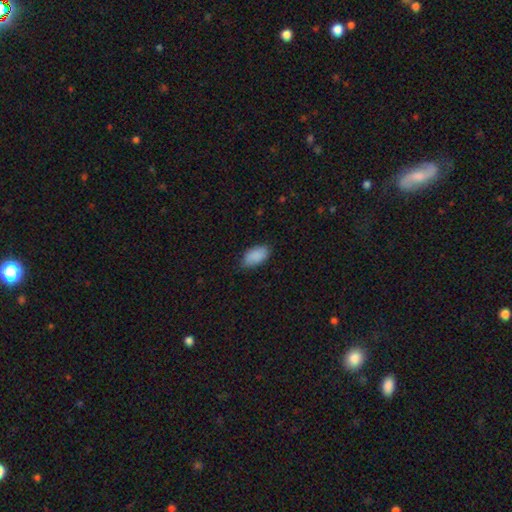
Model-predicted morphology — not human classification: type=smooth (89%); roundness=in between (94%); merging=none (78%).